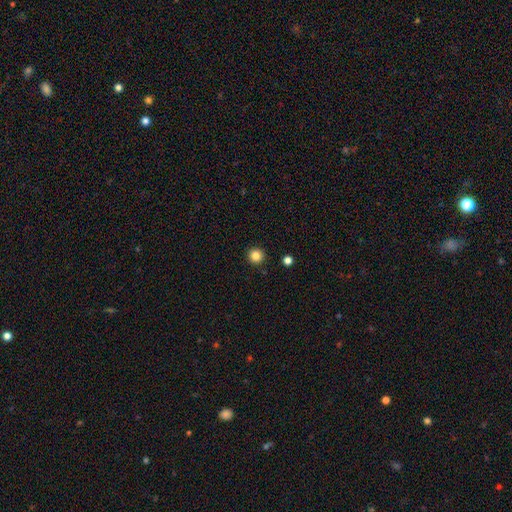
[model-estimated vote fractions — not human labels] Q: Smooth or featured?
A: smooth (85%); runner-up: star or artifact (11%)
Q: How rounded?
A: round (95%); runner-up: in between (4%)
Q: Merging?
A: none (93%); runner-up: minor disturbance (4%)